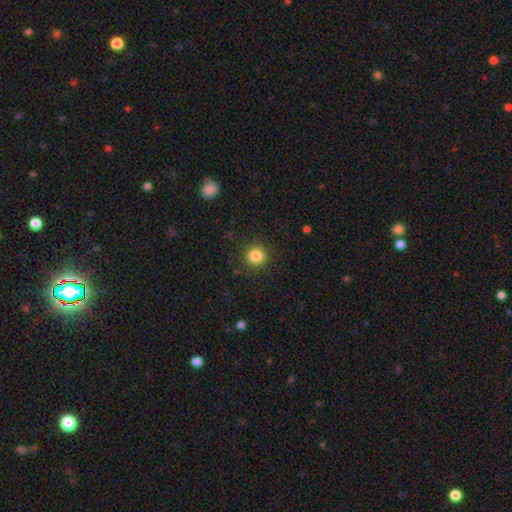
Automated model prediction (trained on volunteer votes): smooth-or-featured: smooth: 84% | star or artifact: 11% | featured or disk: 5%
  how-rounded: round: 93% | in between: 6% | cigar-shaped: 1%
  merging: none: 89% | minor disturbance: 7% | major disturbance: 3% | merger: 1%